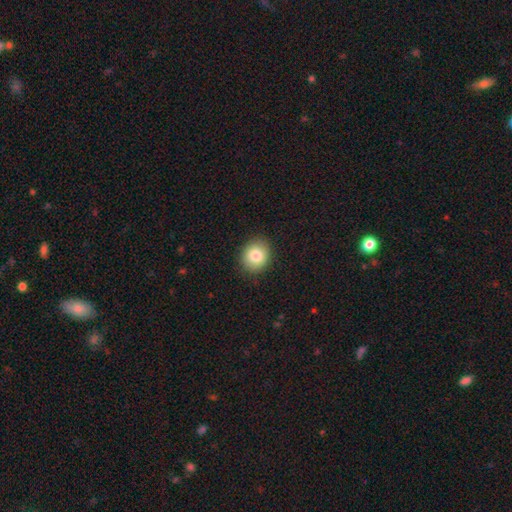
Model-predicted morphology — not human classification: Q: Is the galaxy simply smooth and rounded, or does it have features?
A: smooth — 83%.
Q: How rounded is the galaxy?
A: round — 72%.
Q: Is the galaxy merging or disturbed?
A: none — 89%.